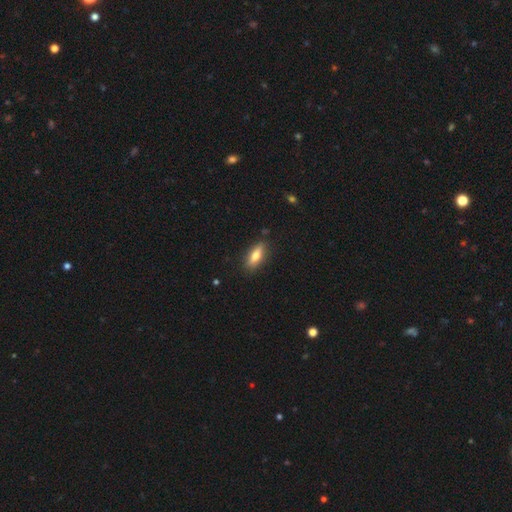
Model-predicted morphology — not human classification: Smooth or featured?
  - smooth: 64% *
  - featured or disk: 29%
  - star or artifact: 6%
How rounded?
  - in between: 61% *
  - cigar-shaped: 36%
  - round: 3%
Merging?
  - none: 86% *
  - minor disturbance: 11%
  - major disturbance: 2%
  - merger: 1%